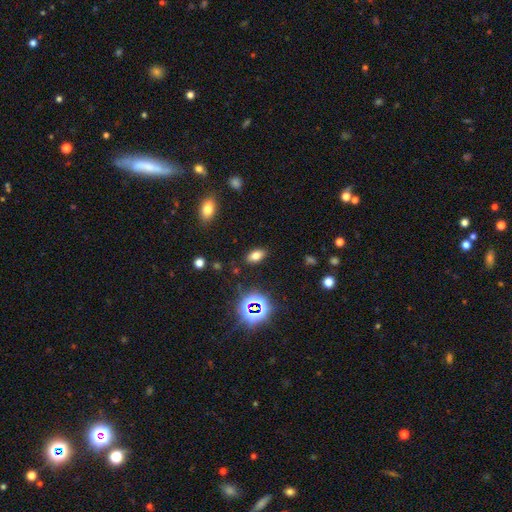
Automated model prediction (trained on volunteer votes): smooth_or_featured: smooth (p=0.69) [alt: star or artifact p=0.20]
how_rounded: in between (p=0.86) [alt: round p=0.08]
merging: none (p=0.87) [alt: minor disturbance p=0.09]